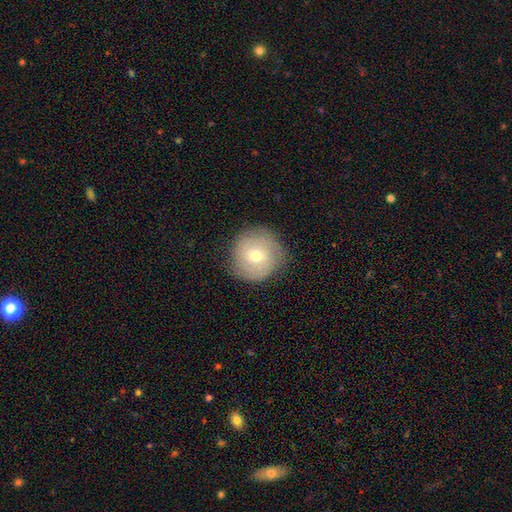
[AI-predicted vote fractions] A smooth galaxy with no disk features (52%) that is round (94%).

Vote fractions:
- Smooth or featured? smooth: 52% / featured or disk: 39% / star or artifact: 9%
- How rounded? round: 94% / in between: 5% / cigar-shaped: 1%
- Merging? none: 80% / minor disturbance: 15% / major disturbance: 4% / merger: 1%